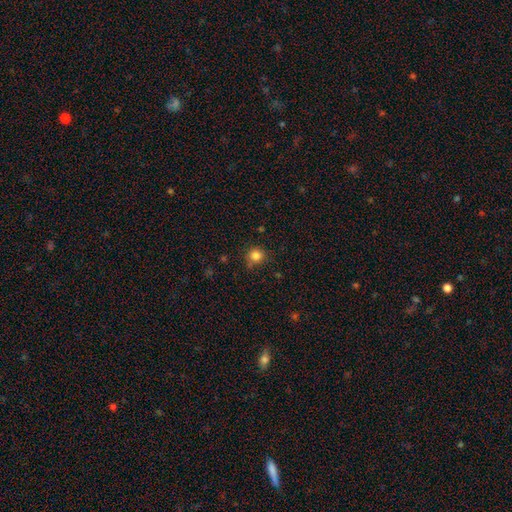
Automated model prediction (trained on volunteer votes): smooth_or_featured: smooth (p=0.83) [alt: star or artifact p=0.12]
how_rounded: round (p=0.89) [alt: in between p=0.10]
merging: none (p=0.75) [alt: minor disturbance p=0.17]